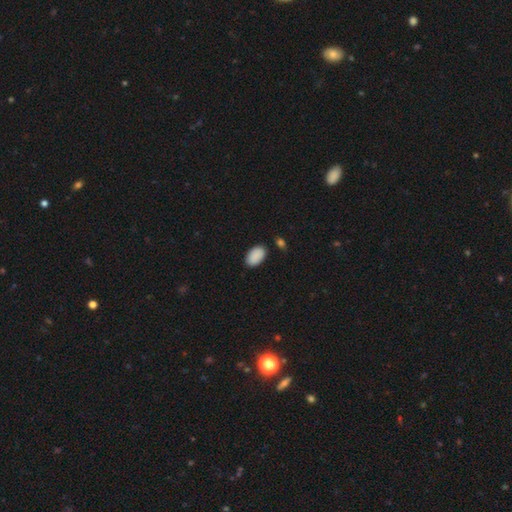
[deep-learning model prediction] Overall: smooth (90%). How rounded: in between (93%). Merging: none (84%).